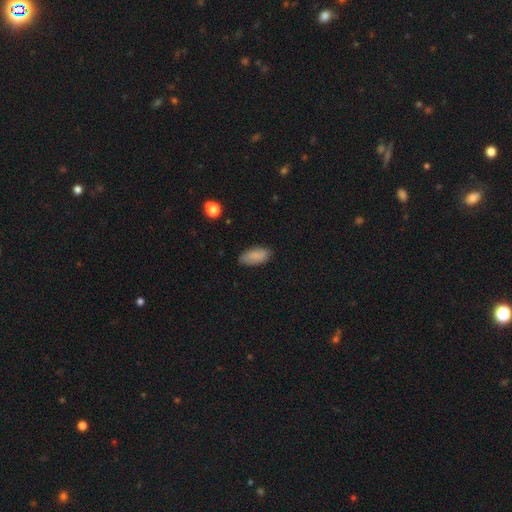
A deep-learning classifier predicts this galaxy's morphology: A smooth galaxy with no disk features (85%) that is in between round and cigar-shaped (91%).

Vote fractions:
- Smooth or featured? smooth: 85% / featured or disk: 8% / star or artifact: 7%
- How rounded? in between: 91% / cigar-shaped: 7% / round: 3%
- Merging? none: 81% / minor disturbance: 15% / major disturbance: 3% / merger: 1%